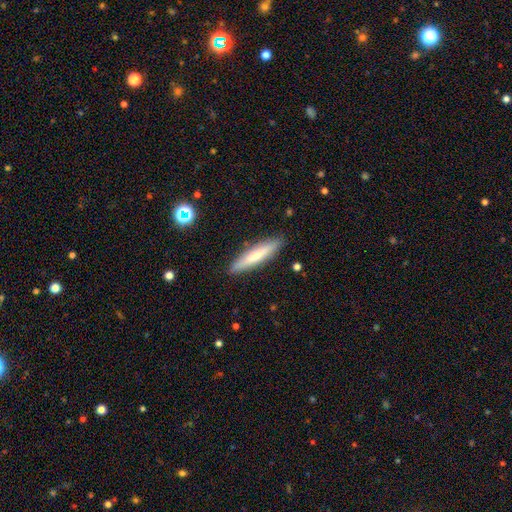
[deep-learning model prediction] Overall: smooth (61%; featured or disk 32%). How rounded: cigar-shaped (86%). Merging: none (88%).